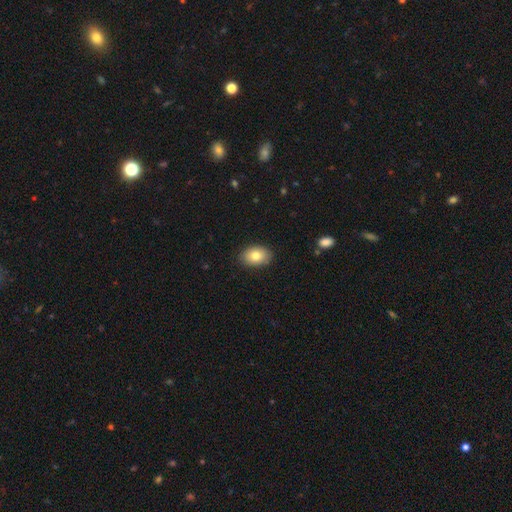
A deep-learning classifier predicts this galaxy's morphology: type=smooth (80%); roundness=in between (84%); merging=none (88%).